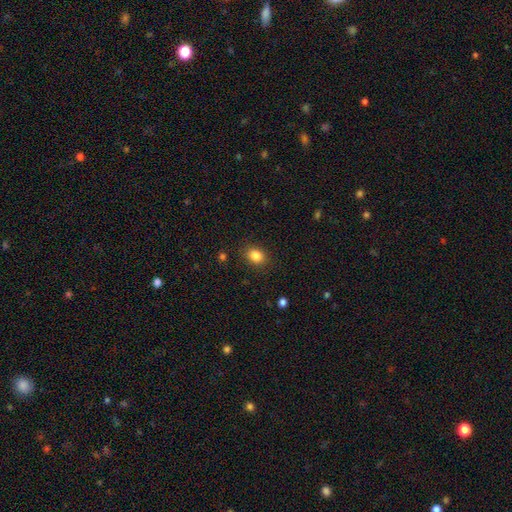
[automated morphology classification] smooth 85%, star or artifact 10%, featured or disk 5%. Down the decision tree: how rounded — in between (56%); merging — none (87%).